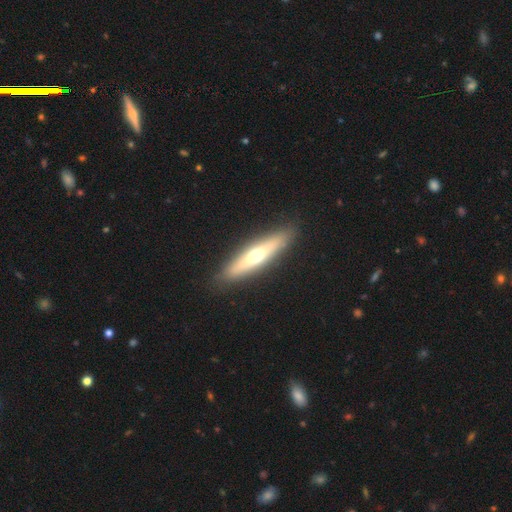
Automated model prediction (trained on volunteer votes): A featured or disk galaxy (49%).

Vote fractions:
- Smooth or featured? featured or disk: 49% / smooth: 46% / star or artifact: 5%
- Merging? none: 90% / minor disturbance: 7% / major disturbance: 2% / merger: 1%